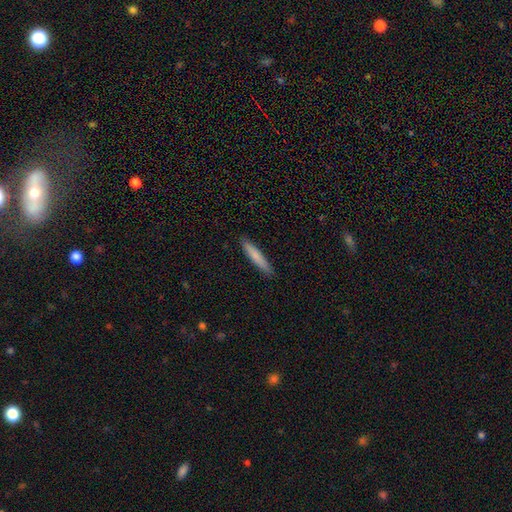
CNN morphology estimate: Smooth or featured?
  - smooth: 78% *
  - featured or disk: 17%
  - star or artifact: 6%
How rounded?
  - cigar-shaped: 92% *
  - in between: 6%
  - round: 1%
Merging?
  - none: 91% *
  - minor disturbance: 7%
  - major disturbance: 1%
  - merger: 1%